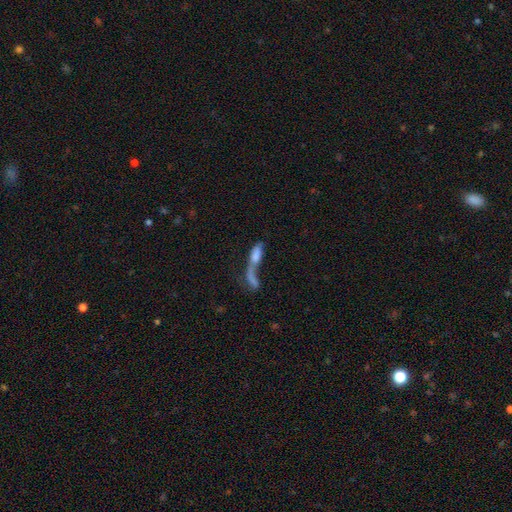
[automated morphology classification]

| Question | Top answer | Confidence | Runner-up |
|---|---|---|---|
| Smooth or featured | smooth | 62% | featured or disk (28%) |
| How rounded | in between | 54% | cigar-shaped (42%) |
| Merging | merger | 58% | major disturbance (19%) |